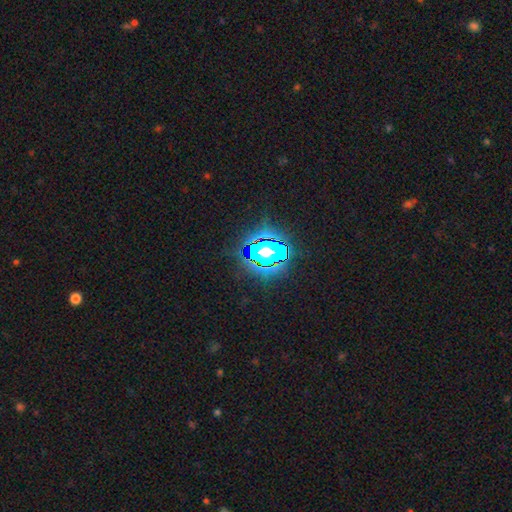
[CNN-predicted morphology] Overall: star or artifact (83%).